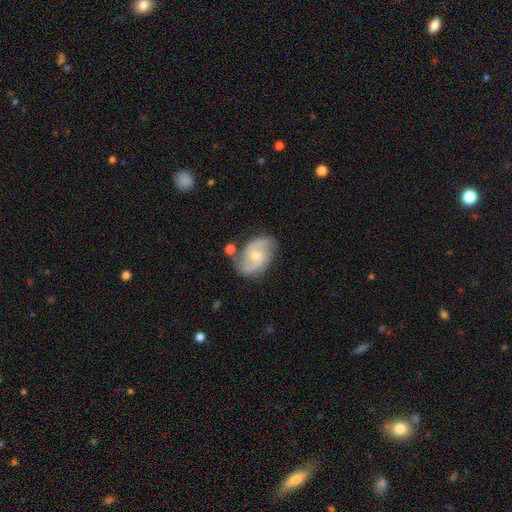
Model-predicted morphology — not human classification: featured or disk 85%, smooth 10%, star or artifact 5%. Down the decision tree: edge-on disk — no (97%); bar — no (48%); spiral arms — yes (96%); spiral arm count — 2 (91%); spiral winding — medium (56%); bulge size — moderate (52%); merging — none (73%).